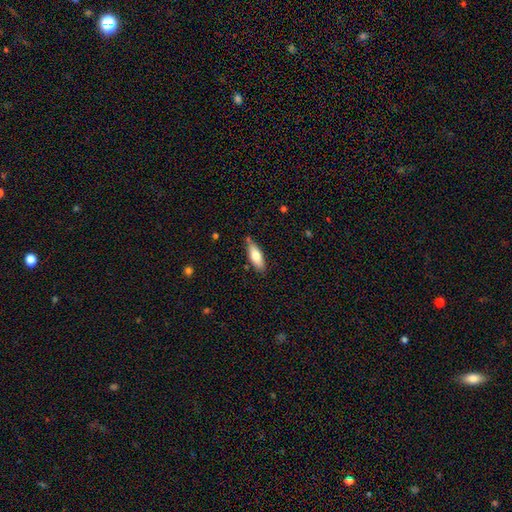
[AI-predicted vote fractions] smooth 76%, featured or disk 18%, star or artifact 6%. Down the decision tree: how rounded — in between (63%); merging — none (80%).